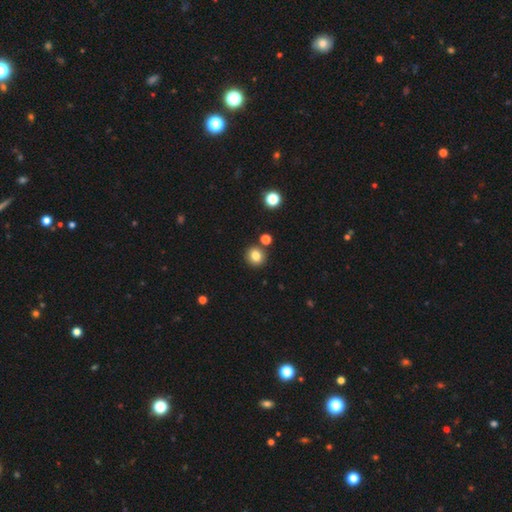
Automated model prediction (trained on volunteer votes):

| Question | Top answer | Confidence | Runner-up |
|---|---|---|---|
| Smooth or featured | smooth | 81% | star or artifact (12%) |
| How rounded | round | 86% | in between (13%) |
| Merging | none | 84% | minor disturbance (7%) |